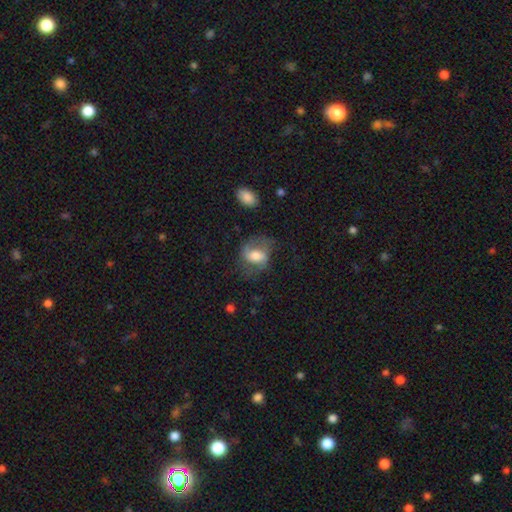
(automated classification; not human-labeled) A featured or disk galaxy (55%) with a weak bar (43%), spiral arms (80%) and a moderate central bulge (55%). Merging: none (55%).